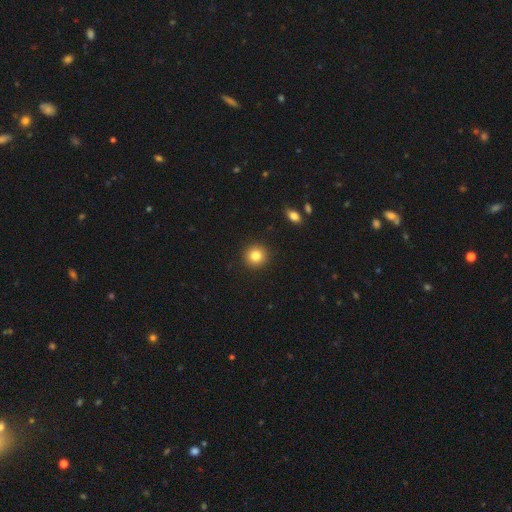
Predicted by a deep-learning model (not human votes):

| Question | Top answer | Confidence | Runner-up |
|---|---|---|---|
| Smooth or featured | smooth | 82% | star or artifact (11%) |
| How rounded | round | 93% | in between (6%) |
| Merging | none | 92% | minor disturbance (5%) |